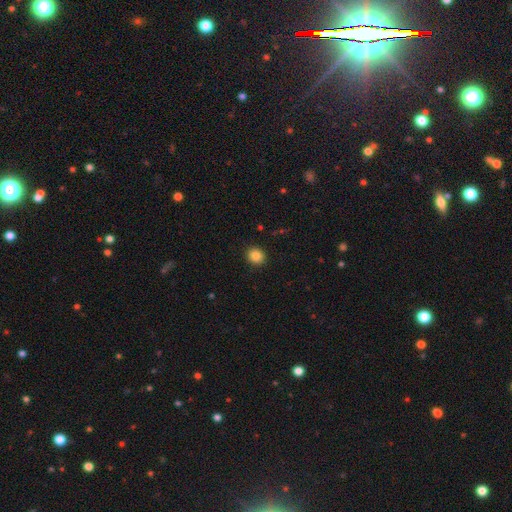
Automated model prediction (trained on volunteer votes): smooth_or_featured: smooth (p=0.86) [alt: star or artifact p=0.10]
how_rounded: round (p=0.77) [alt: in between p=0.22]
merging: none (p=0.91) [alt: minor disturbance p=0.06]